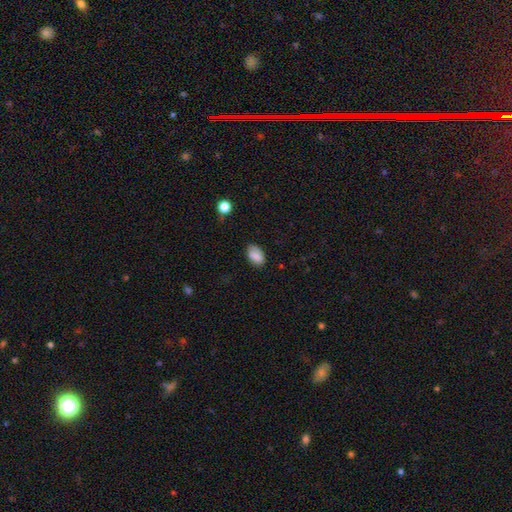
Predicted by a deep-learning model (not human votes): Smooth or featured? smooth (85%)
How rounded? in between (90%)
Merging? none (74%)